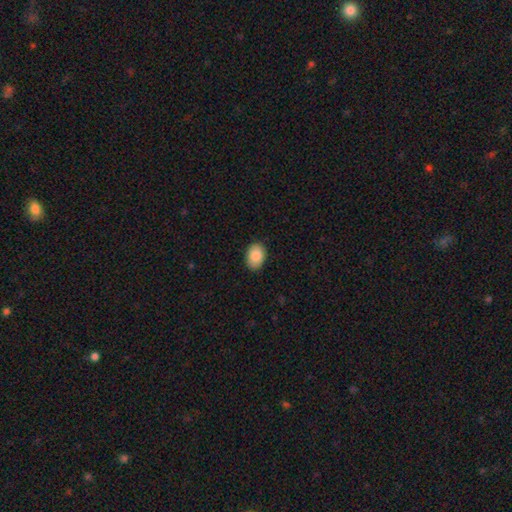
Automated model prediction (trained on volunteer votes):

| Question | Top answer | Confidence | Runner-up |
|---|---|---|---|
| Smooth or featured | smooth | 88% | star or artifact (7%) |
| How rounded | in between | 83% | round (16%) |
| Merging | none | 88% | minor disturbance (9%) |